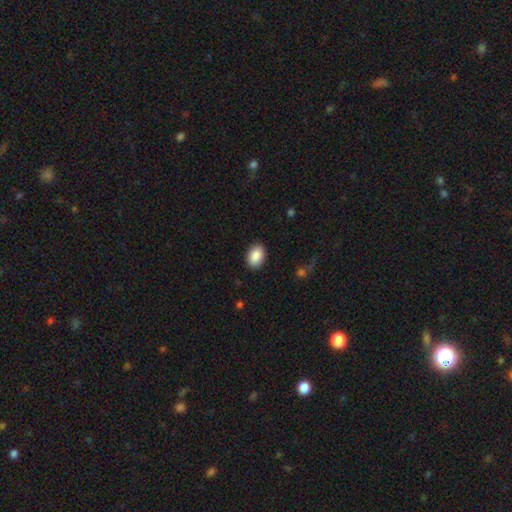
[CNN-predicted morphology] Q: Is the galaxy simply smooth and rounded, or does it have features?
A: smooth — 89%.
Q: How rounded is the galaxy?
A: in between — 81%.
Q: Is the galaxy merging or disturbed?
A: none — 89%.